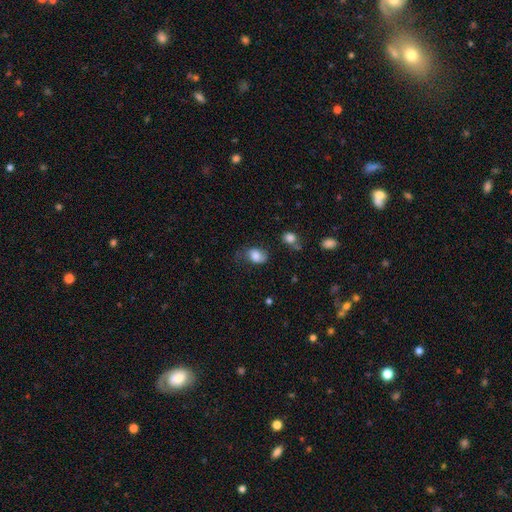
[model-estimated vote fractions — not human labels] Smooth or featured? smooth (77%)
How rounded? in between (71%)
Merging? none (48%)